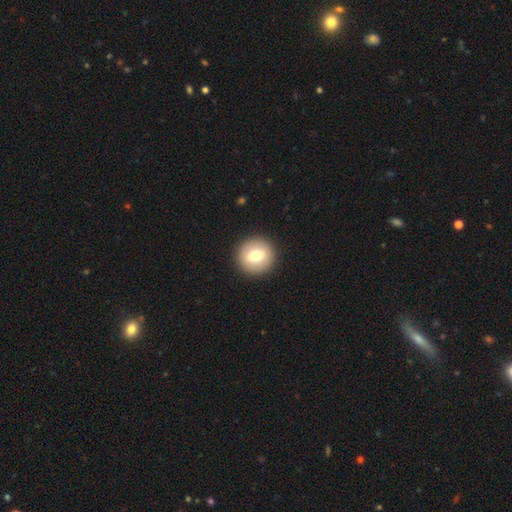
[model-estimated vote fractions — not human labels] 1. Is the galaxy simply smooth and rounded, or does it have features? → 73% smooth, 20% featured or disk, 8% star or artifact.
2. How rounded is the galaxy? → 92% round, 7% in between, 1% cigar-shaped.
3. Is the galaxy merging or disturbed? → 92% none, 5% minor disturbance, 2% major disturbance, 1% merger.